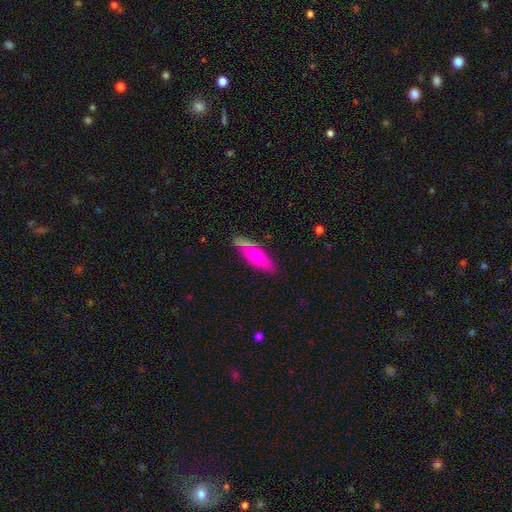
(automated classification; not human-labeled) The model was most divided on "how rounded": in between: 49%, cigar-shaped: 48%, round: 2%. More confident: merging — none (78%); smooth or featured — smooth (73%).